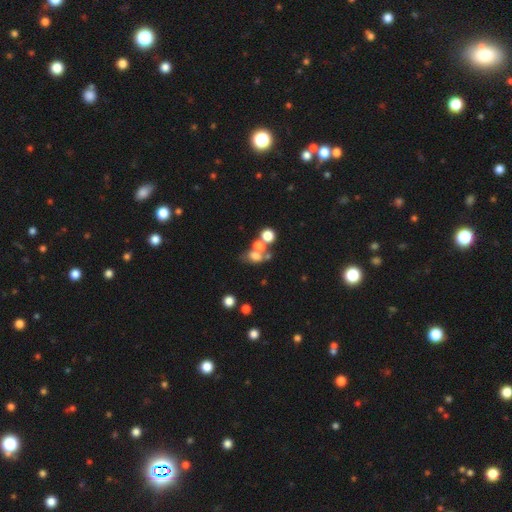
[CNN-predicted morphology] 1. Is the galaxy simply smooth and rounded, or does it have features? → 59% smooth, 23% featured or disk, 19% star or artifact.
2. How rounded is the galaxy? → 64% in between, 33% round, 3% cigar-shaped.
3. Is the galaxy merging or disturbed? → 43% merger, 35% none, 12% minor disturbance, 10% major disturbance.